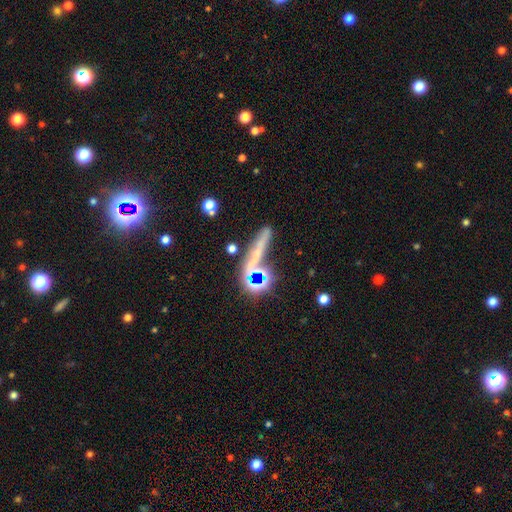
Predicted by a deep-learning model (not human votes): Smooth or featured?
  - smooth: 38% *
  - featured or disk: 35%
  - star or artifact: 27%
Merging?
  - none: 47% *
  - merger: 22%
  - minor disturbance: 16%
  - major disturbance: 15%